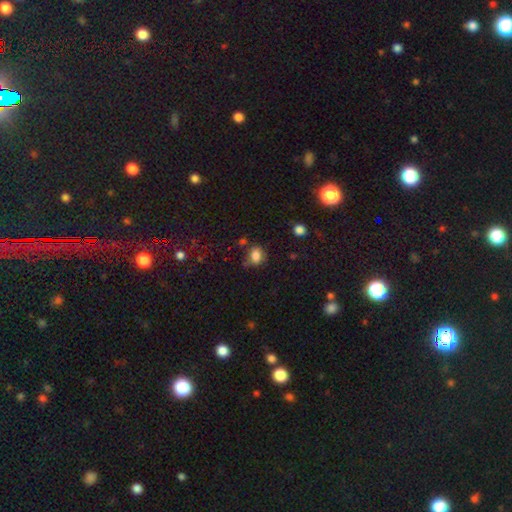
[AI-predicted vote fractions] A smooth galaxy with no disk features (80%) that is in between round and cigar-shaped (60%). Merging: none (63%).